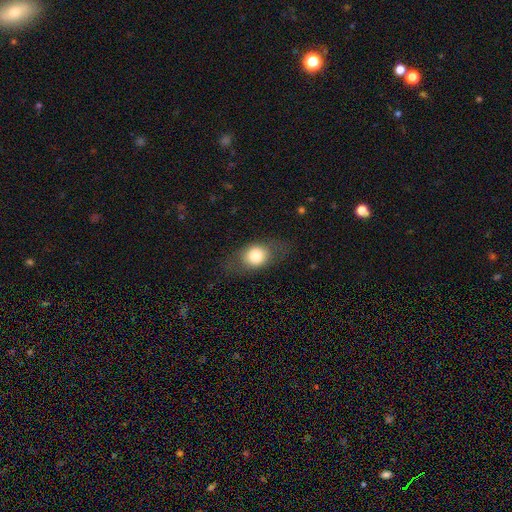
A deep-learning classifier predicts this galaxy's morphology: Smooth or featured? Predicted: smooth (p=0.72). How rounded? Predicted: in between (p=0.56). Merging? Predicted: none (p=0.75).